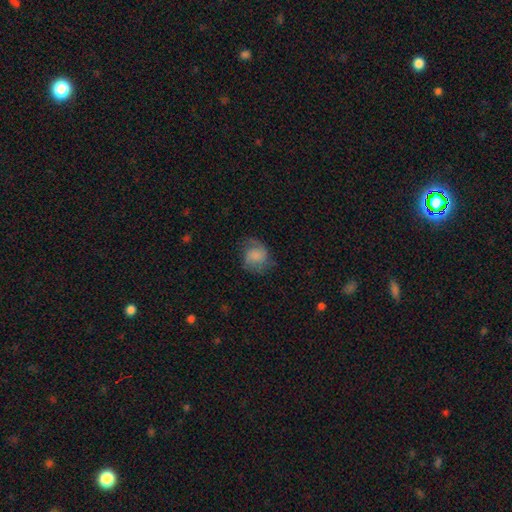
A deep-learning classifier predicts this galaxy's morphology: A smooth galaxy with no disk features (51%) that is round (67%). Merging: none (61%).